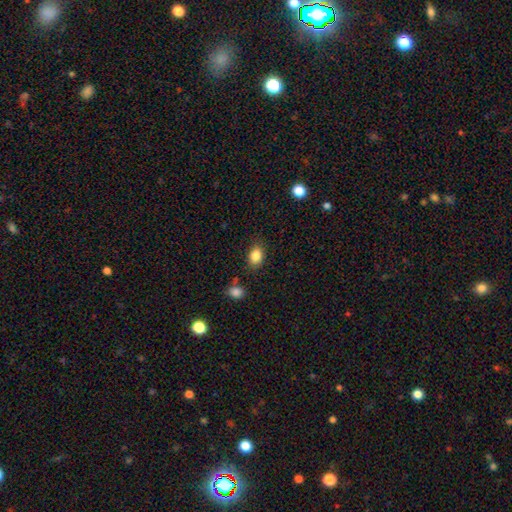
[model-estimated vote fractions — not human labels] Smooth or featured? smooth (85%)
How rounded? in between (73%)
Merging? none (79%)